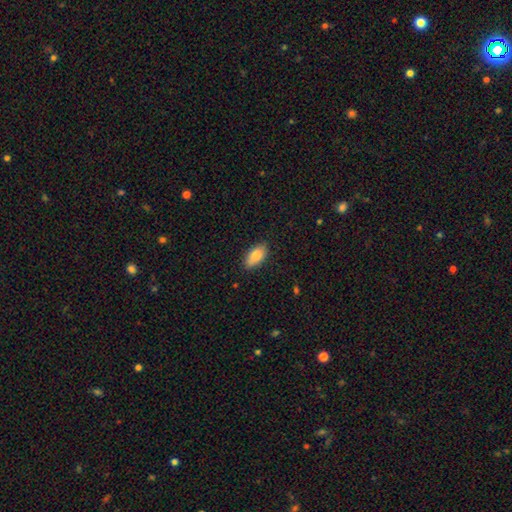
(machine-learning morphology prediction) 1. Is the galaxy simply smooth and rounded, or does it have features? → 85% smooth, 8% featured or disk, 7% star or artifact.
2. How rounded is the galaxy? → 90% in between, 7% cigar-shaped, 3% round.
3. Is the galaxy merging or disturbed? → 85% none, 12% minor disturbance, 2% major disturbance, 1% merger.